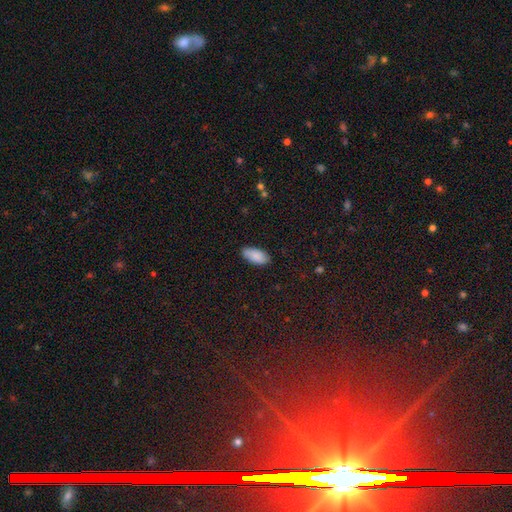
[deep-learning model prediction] Smooth or featured? smooth (87%)
How rounded? in between (91%)
Merging? none (83%)